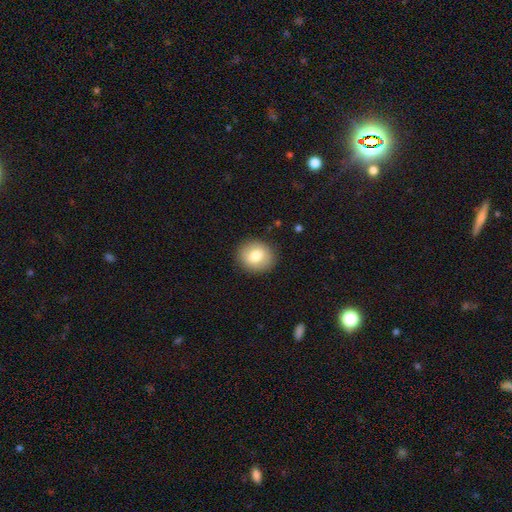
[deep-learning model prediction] The model was most divided on "how rounded": round: 74%, in between: 25%, cigar-shaped: 1%. More confident: merging — none (89%); smooth or featured — smooth (78%).